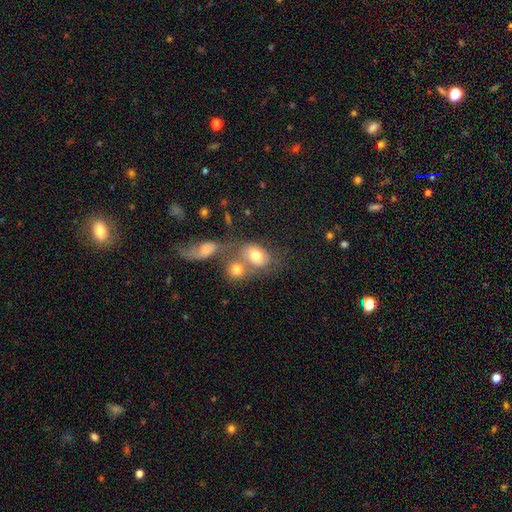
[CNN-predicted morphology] smooth_or_featured: smooth (p=0.70) [alt: featured or disk p=0.20]
how_rounded: in between (p=0.62) [alt: round p=0.36]
merging: merger (p=0.49) [alt: none p=0.29]